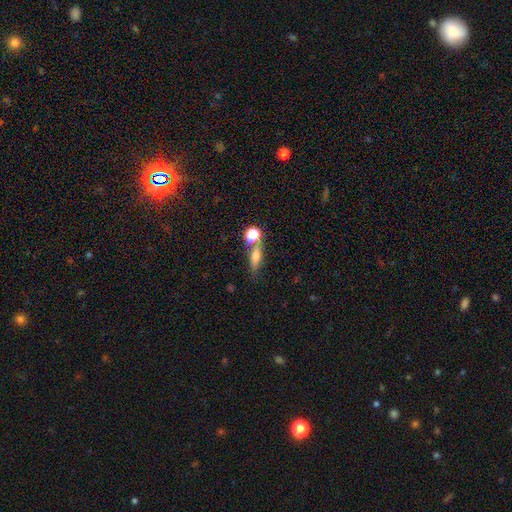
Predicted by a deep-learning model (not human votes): Overall: smooth (62%; featured or disk 22%). How rounded: in between (47%; cigar-shaped 38%). Merging: none (61%; merger 21%).